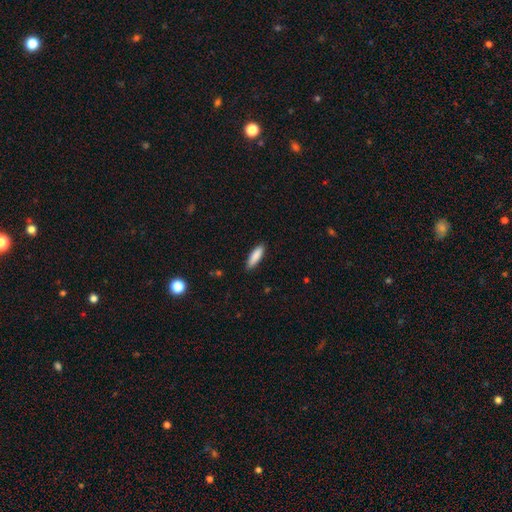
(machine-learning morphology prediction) Smooth or featured: smooth — 87% (featured or disk — 7%)
How rounded: cigar-shaped — 59% (in between — 40%)
Merging: none — 87% (minor disturbance — 10%)